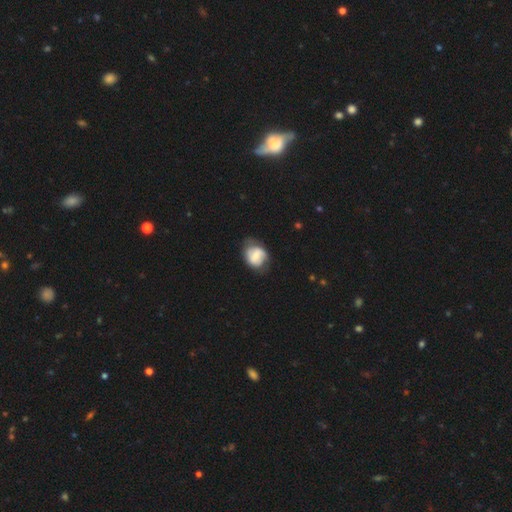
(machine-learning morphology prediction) Smooth or featured? featured or disk (49%)
Merging? none (57%)